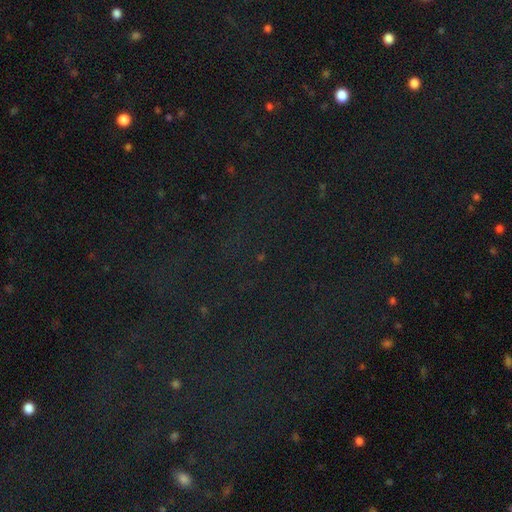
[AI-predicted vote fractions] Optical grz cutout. It shows a star or artifact, not a galaxy (81%).